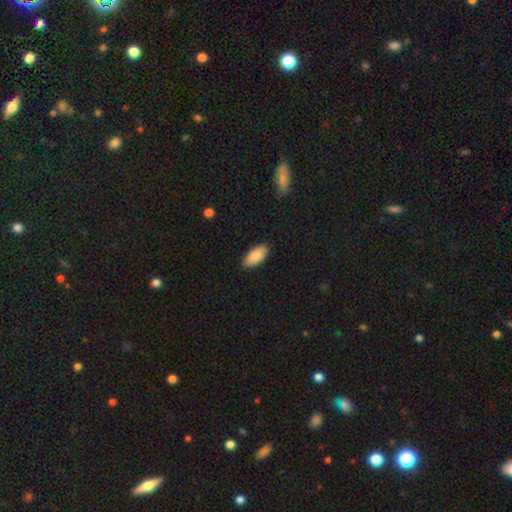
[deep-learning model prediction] This is clearly a smooth galaxy (89%). How rounded: clearly in between (91%). Merging: clearly none (87%).